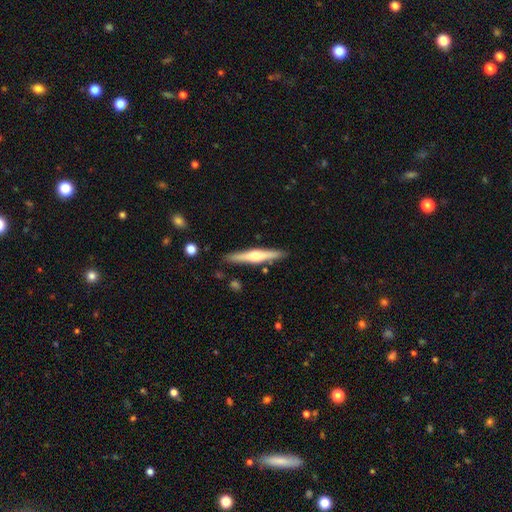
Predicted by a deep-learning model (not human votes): smooth_or_featured: featured or disk (p=0.64) [alt: smooth p=0.31]
disk_edge_on: yes (p=0.97) [alt: no p=0.03]
edge_on_bulge: rounded (p=0.89) [alt: none p=0.05]
merging: none (p=0.89) [alt: minor disturbance p=0.08]